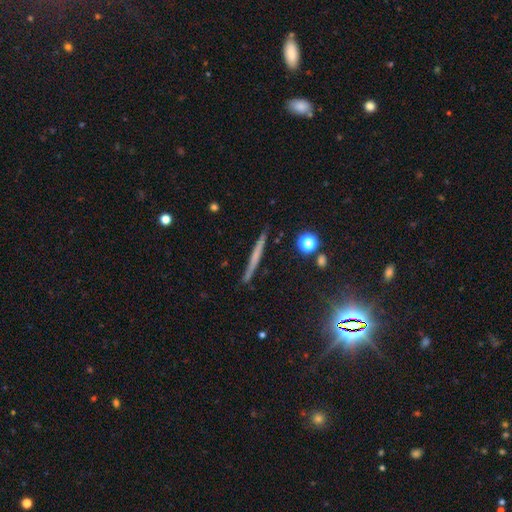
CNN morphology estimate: Smooth or featured?
  - featured or disk: 47% *
  - smooth: 42%
  - star or artifact: 12%
Merging?
  - none: 90% *
  - minor disturbance: 7%
  - major disturbance: 2%
  - merger: 2%